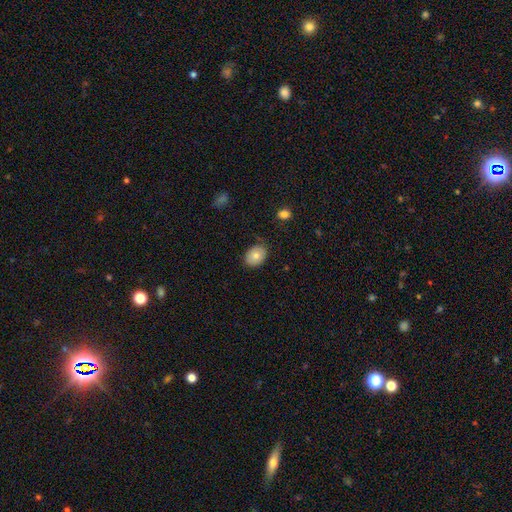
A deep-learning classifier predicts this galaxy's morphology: The model was most divided on "how rounded": in between: 67%, round: 32%, cigar-shaped: 1%. More confident: smooth or featured — smooth (81%); merging — none (78%).